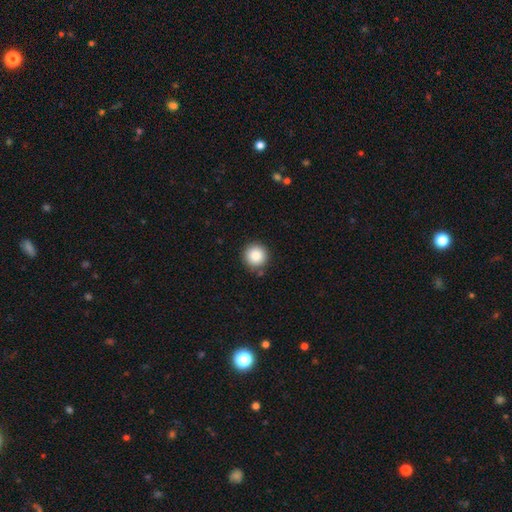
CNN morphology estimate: type=smooth (86%); roundness=round (96%); merging=none (88%).